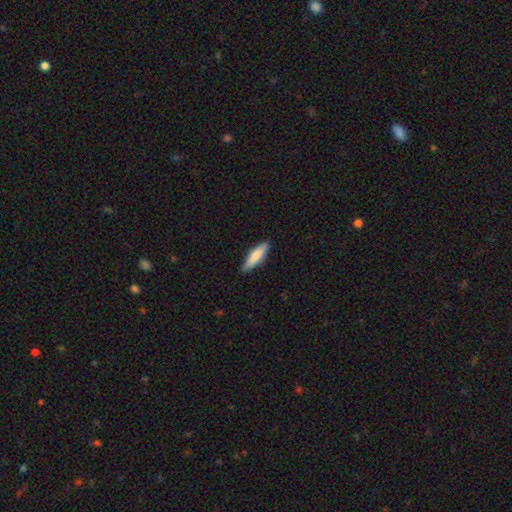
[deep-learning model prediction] This is clearly a smooth galaxy (81%). How rounded: likely cigar-shaped (67%). Merging: clearly none (87%).